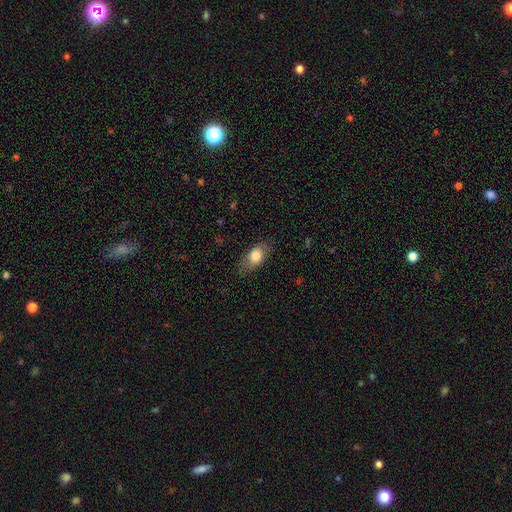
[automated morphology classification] The model was most divided on "smooth or featured": smooth: 76%, featured or disk: 16%, star or artifact: 7%. More confident: how rounded — in between (84%); merging — none (78%).